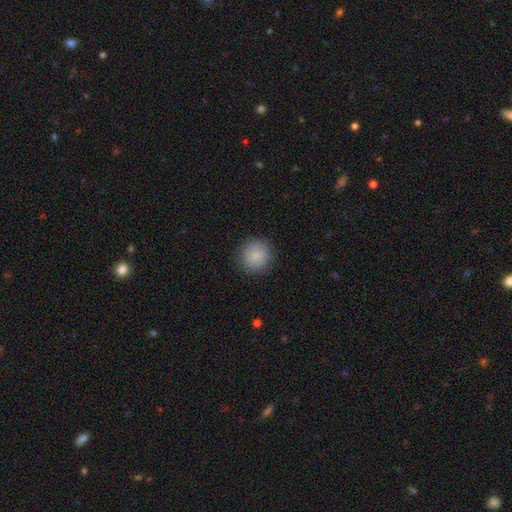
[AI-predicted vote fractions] Smooth or featured: smooth — 87% (star or artifact — 8%)
How rounded: round — 90% (in between — 10%)
Merging: none — 88% (minor disturbance — 8%)